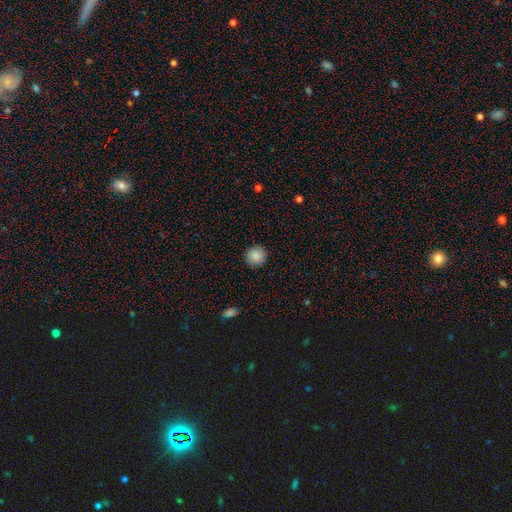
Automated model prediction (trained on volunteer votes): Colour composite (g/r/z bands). It shows a smooth galaxy with no disk features (88%) that is round (94%). Merging: none (91%).